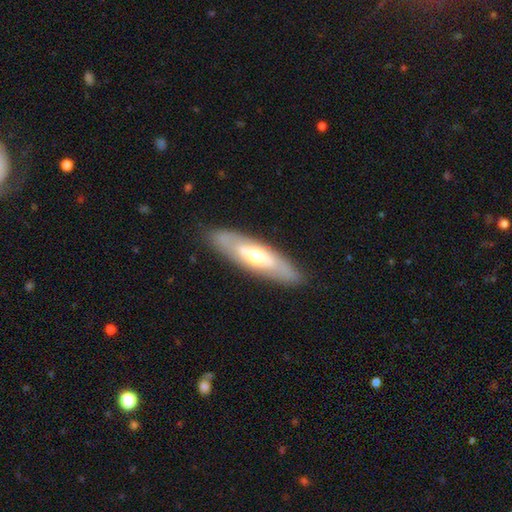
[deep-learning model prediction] Morphology: type=featured or disk (51%); edge-on=no (57%); merging=none (86%).